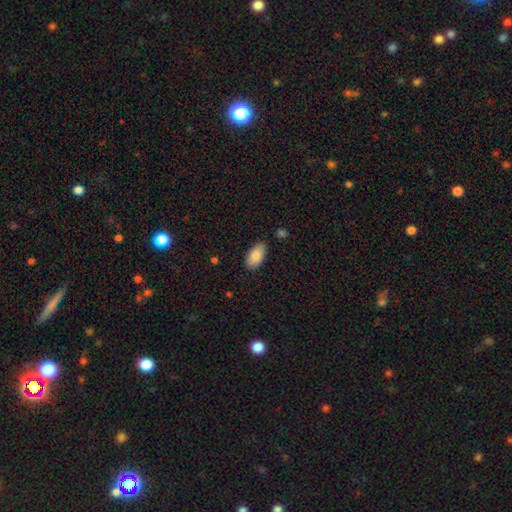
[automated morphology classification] Smooth or featured: smooth — 83% (featured or disk — 10%)
How rounded: in between — 94% (round — 3%)
Merging: none — 84% (minor disturbance — 12%)